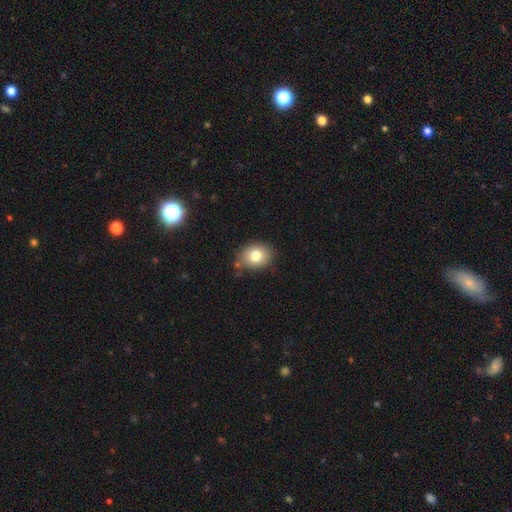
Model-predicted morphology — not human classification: A smooth galaxy with no disk features (80%) that is in between round and cigar-shaped (53%). Merging: none (78%).